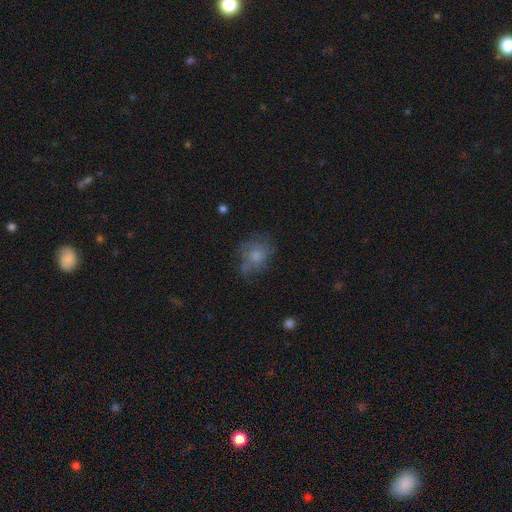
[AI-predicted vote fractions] Morphology: type=smooth (57%); roundness=round (51%); merging=none (50%).